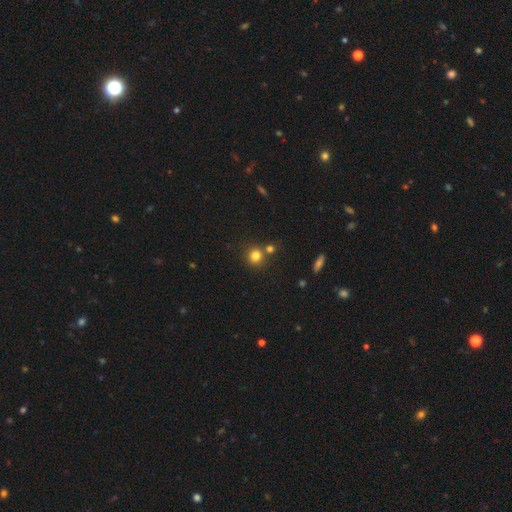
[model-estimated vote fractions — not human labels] Smooth or featured: smooth — 80% (star or artifact — 14%)
How rounded: round — 90% (in between — 9%)
Merging: none — 71% (merger — 18%)